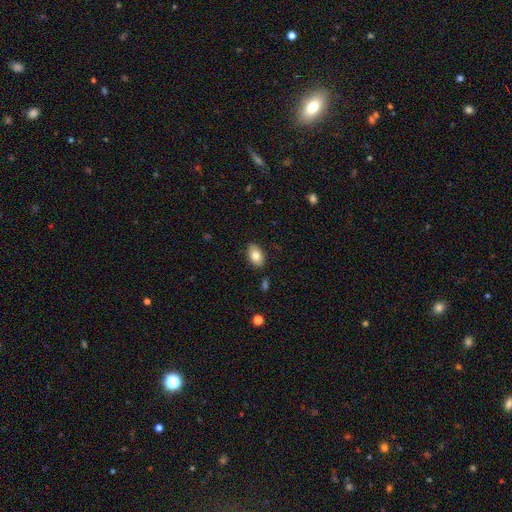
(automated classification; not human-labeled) Morphology: type=smooth (80%); roundness=in between (91%); merging=none (85%).